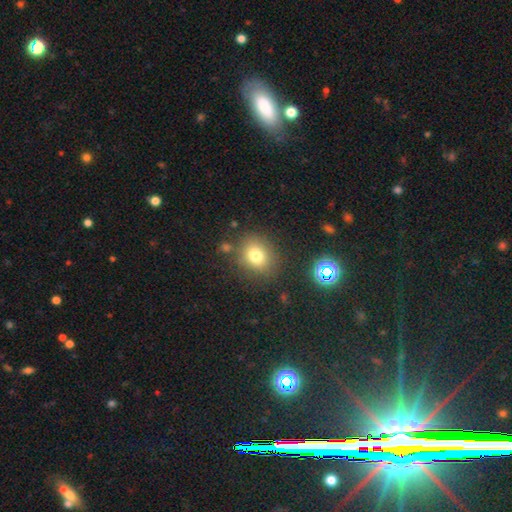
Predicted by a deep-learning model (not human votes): This appears to be a smooth galaxy with no disk features (76%) that is round (66%). Merging: none (80%).